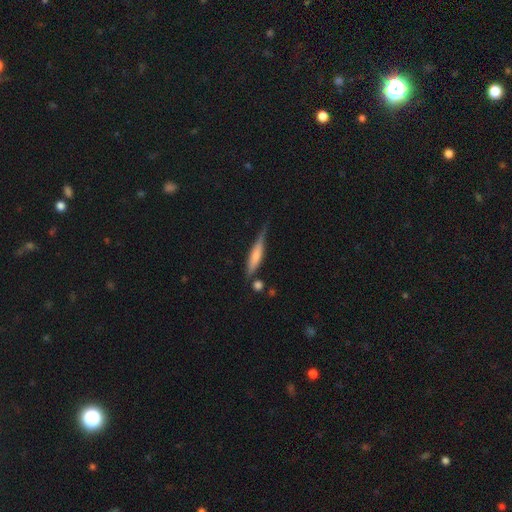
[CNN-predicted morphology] This appears to be a smooth galaxy with no disk features (53%) that is cigar-shaped (84%). Merging: none (65%).